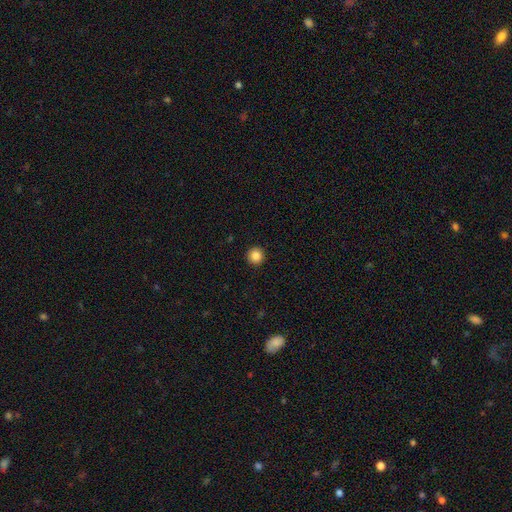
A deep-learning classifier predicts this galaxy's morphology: A smooth galaxy with no disk features (85%) that is round (96%). Merging: none (94%).